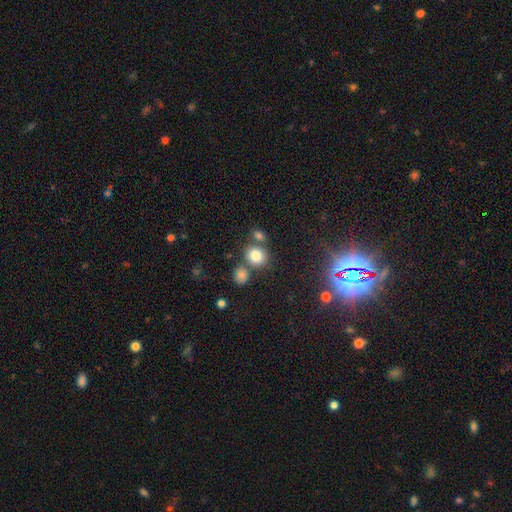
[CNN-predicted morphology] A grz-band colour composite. It shows a smooth galaxy with no disk features (81%) that is round (71%). Merging: none (60%).